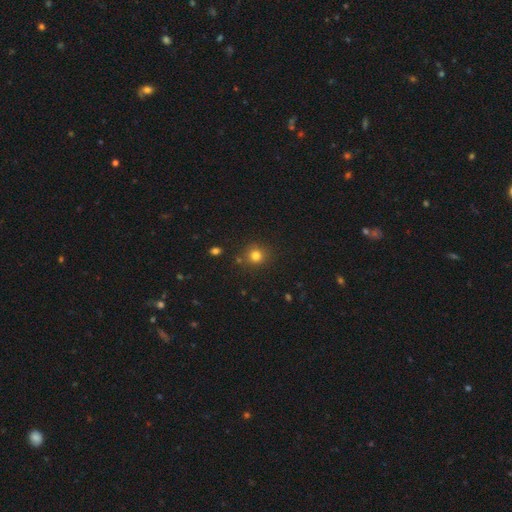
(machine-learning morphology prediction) This appears to be a smooth galaxy with no disk features (79%) that is round (89%). Merging: none (84%).